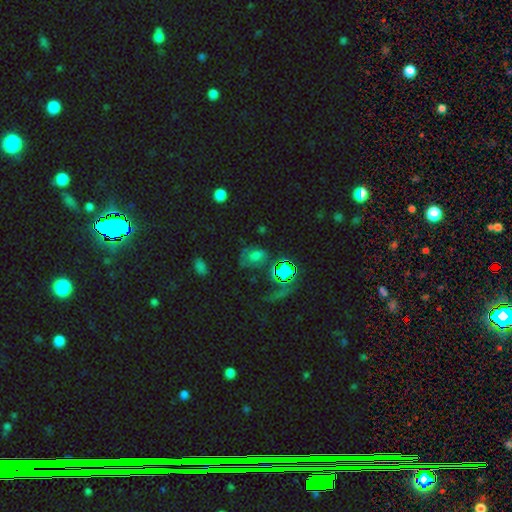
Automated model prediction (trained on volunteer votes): This is possibly a smooth galaxy (46%). Merging: possibly none (50%).